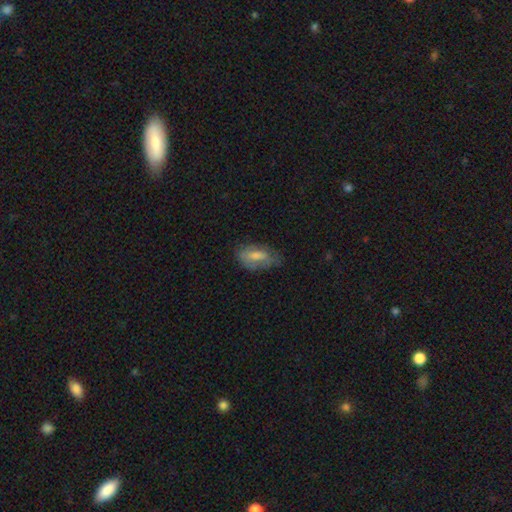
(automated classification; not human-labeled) Smooth or featured? Predicted: smooth (p=0.63). How rounded? Predicted: in between (p=0.87). Merging? Predicted: none (p=0.60).